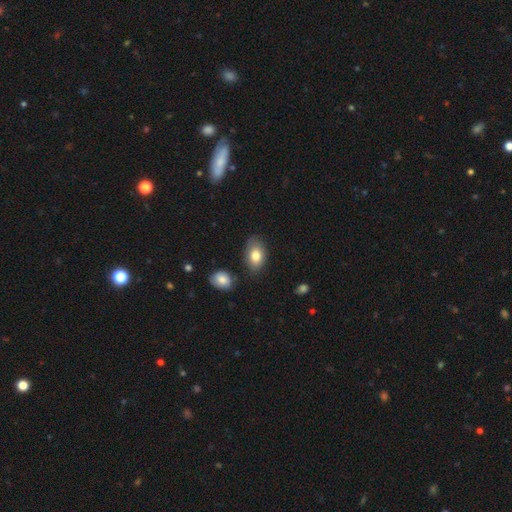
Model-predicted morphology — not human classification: smooth-or-featured: smooth: 79% | featured or disk: 13% | star or artifact: 8%
  how-rounded: in between: 88% | round: 11% | cigar-shaped: 1%
  merging: none: 73% | minor disturbance: 19% | merger: 4% | major disturbance: 4%